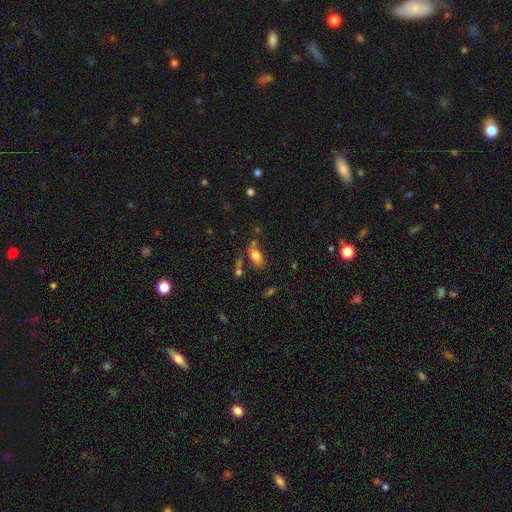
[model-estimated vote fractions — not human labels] This is likely a smooth galaxy (77%). How rounded: clearly in between (85%). Merging: possibly none (60%).